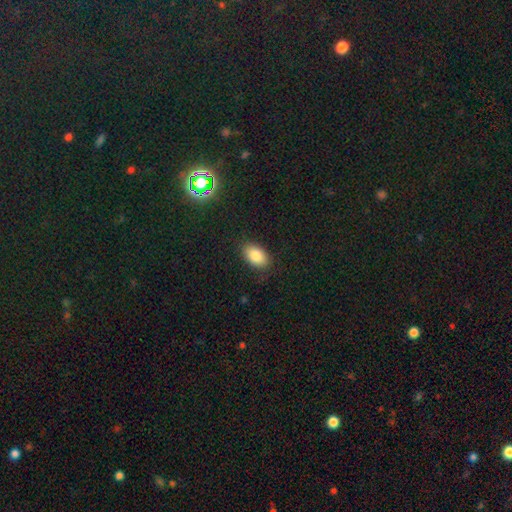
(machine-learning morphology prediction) Q: Smooth or featured?
A: smooth (85%); runner-up: star or artifact (9%)
Q: How rounded?
A: in between (90%); runner-up: round (8%)
Q: Merging?
A: none (85%); runner-up: minor disturbance (11%)